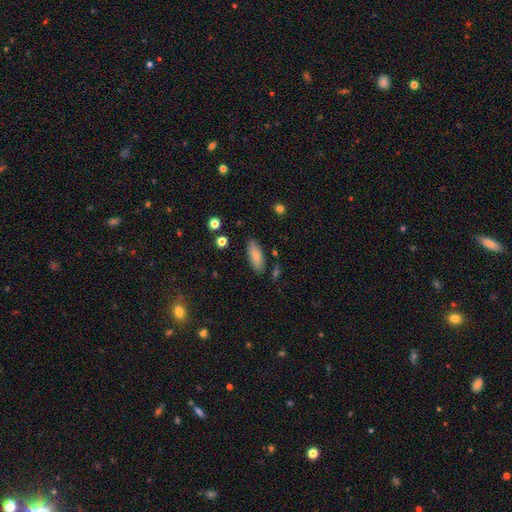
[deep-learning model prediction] This is clearly a smooth galaxy (81%). How rounded: likely in between (78%). Merging: clearly none (83%).